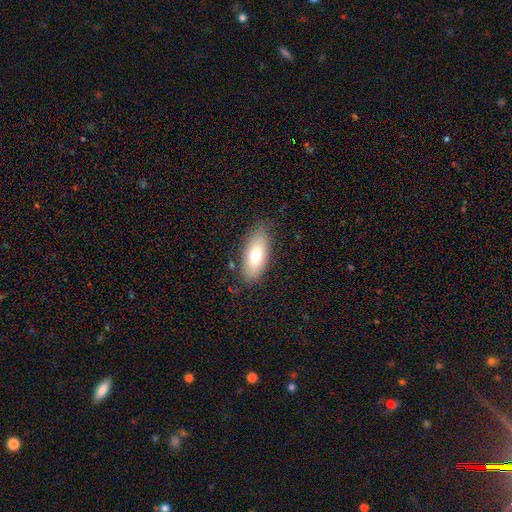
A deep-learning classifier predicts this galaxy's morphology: Smooth or featured?
  - smooth: 70% *
  - featured or disk: 22%
  - star or artifact: 8%
How rounded?
  - in between: 84% *
  - cigar-shaped: 12%
  - round: 4%
Merging?
  - none: 81% *
  - minor disturbance: 13%
  - major disturbance: 4%
  - merger: 1%